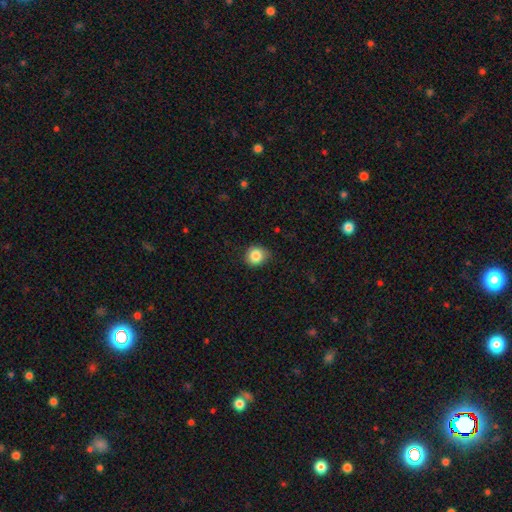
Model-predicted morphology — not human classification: A smooth galaxy with no disk features (85%) that is round (83%).

Vote fractions:
- Smooth or featured? smooth: 85% / star or artifact: 10% / featured or disk: 5%
- How rounded? round: 83% / in between: 16% / cigar-shaped: 1%
- Merging? none: 79% / minor disturbance: 17% / major disturbance: 3% / merger: 1%